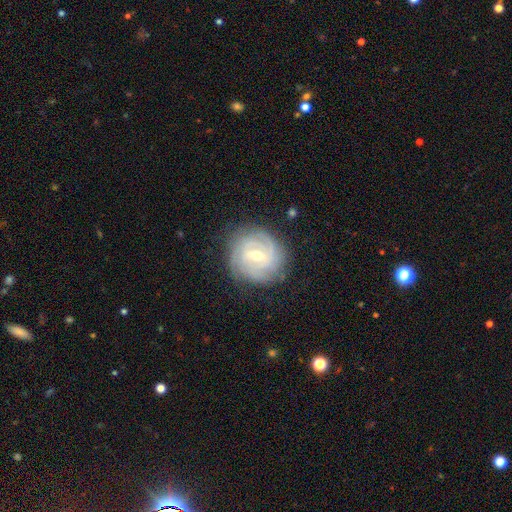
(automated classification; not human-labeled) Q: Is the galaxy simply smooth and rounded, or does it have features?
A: featured or disk — 83%.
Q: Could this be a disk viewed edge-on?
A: no — 97%.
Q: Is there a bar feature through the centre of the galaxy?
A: weak — 58%.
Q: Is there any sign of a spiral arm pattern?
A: yes — 94%.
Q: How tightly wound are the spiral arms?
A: tight — 74%.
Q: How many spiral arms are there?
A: can't tell — 33%.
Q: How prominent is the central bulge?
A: moderate — 55%.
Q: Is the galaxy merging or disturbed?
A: none — 81%.